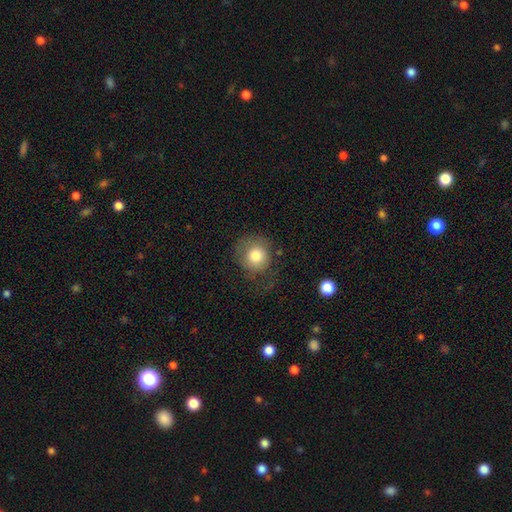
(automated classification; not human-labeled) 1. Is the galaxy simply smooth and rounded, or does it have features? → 79% smooth, 13% featured or disk, 8% star or artifact.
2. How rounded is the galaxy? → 85% round, 15% in between, 1% cigar-shaped.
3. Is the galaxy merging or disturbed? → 54% none, 23% minor disturbance, 21% major disturbance, 2% merger.